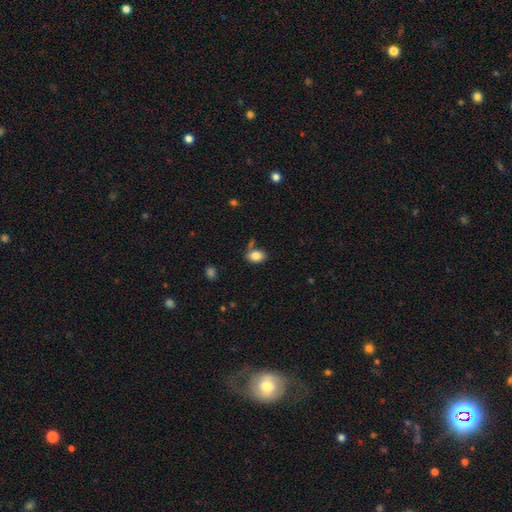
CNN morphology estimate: Smooth or featured? smooth (84%)
How rounded? in between (85%)
Merging? none (70%)